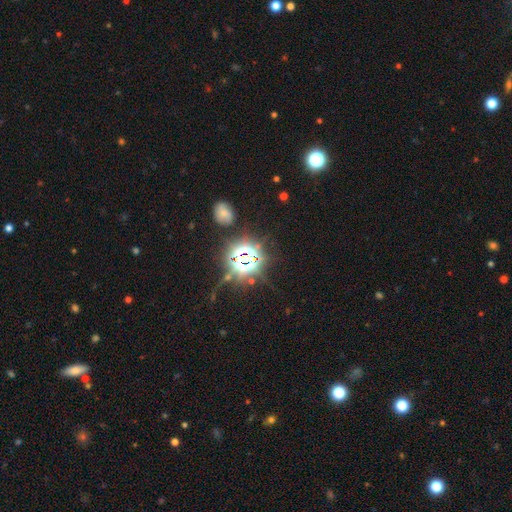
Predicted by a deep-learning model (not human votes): Smooth or featured: star or artifact — 78% (smooth — 13%)